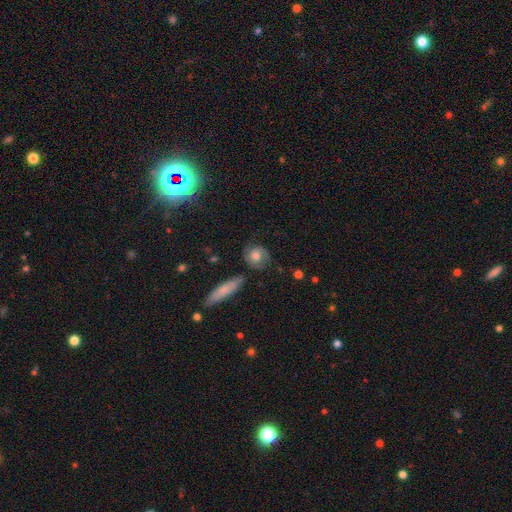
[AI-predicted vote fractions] Smooth or featured? featured or disk (47%)
Merging? none (66%)